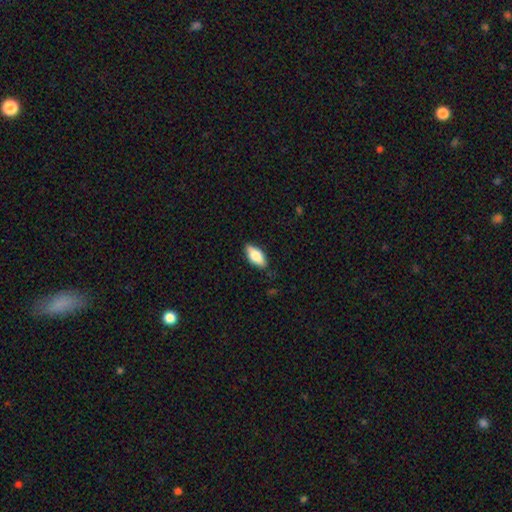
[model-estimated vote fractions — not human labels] A smooth galaxy with no disk features (75%) that is in between round and cigar-shaped (86%). Merging: none (85%).